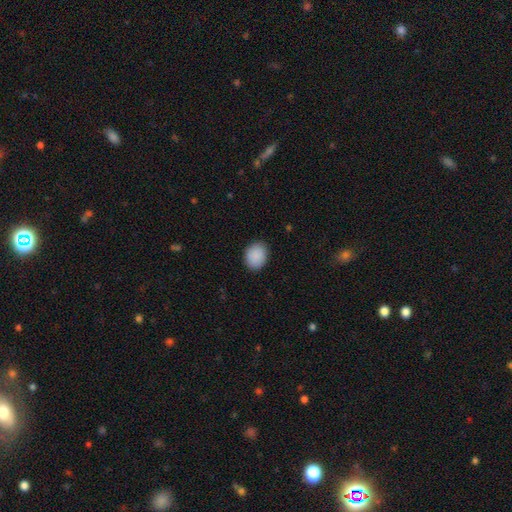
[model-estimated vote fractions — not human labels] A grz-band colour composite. It shows a smooth galaxy with no disk features (90%) that is round (54%). Merging: none (88%).